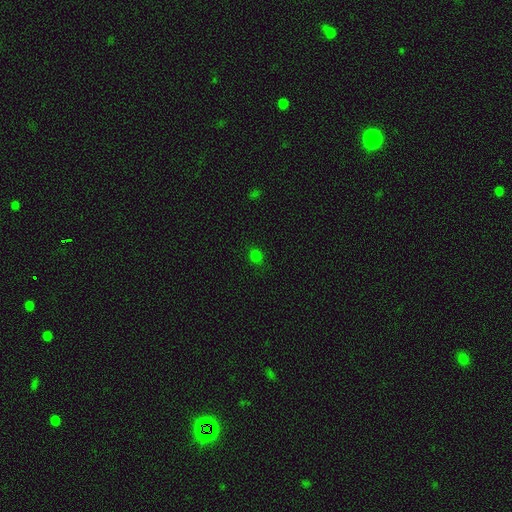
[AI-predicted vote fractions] smooth_or_featured: smooth (p=0.76) [alt: star or artifact p=0.20]
how_rounded: round (p=0.78) [alt: in between p=0.21]
merging: none (p=0.87) [alt: minor disturbance p=0.09]